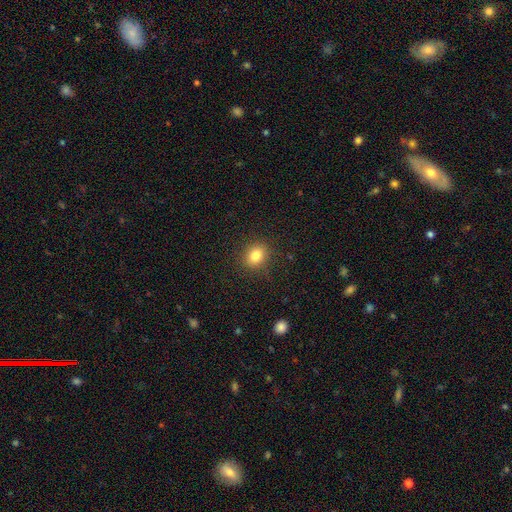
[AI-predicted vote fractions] smooth-or-featured: smooth: 82% | star or artifact: 11% | featured or disk: 6%
  how-rounded: round: 53% | in between: 46% | cigar-shaped: 1%
  merging: none: 87% | minor disturbance: 9% | major disturbance: 3% | merger: 1%